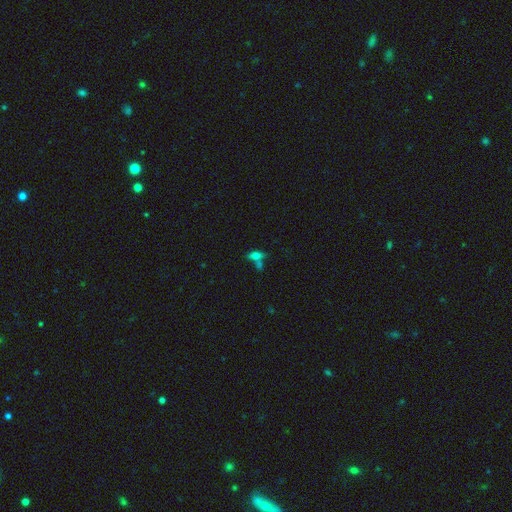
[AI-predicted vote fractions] This appears to be a smooth galaxy with no disk features (58%) that is in between round and cigar-shaped (72%). Merging: none (47%).